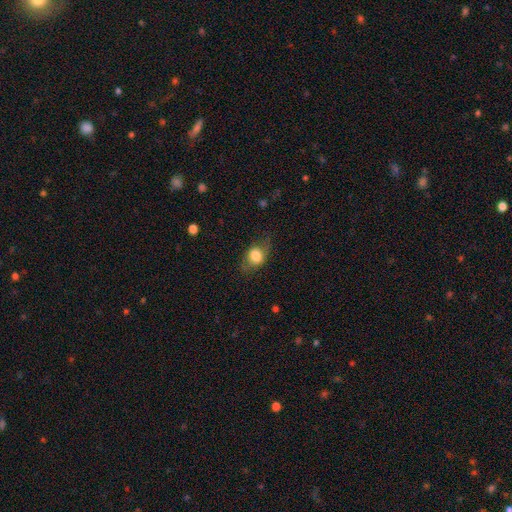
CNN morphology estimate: A smooth galaxy with no disk features (71%) that is in between round and cigar-shaped (57%). Merging: none (68%).